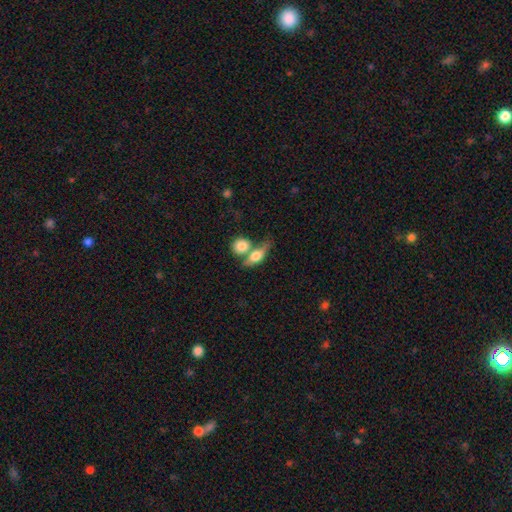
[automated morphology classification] This appears to be a smooth galaxy with no disk features (63%) that is in between round and cigar-shaped (60%). Merging: merger (46%).